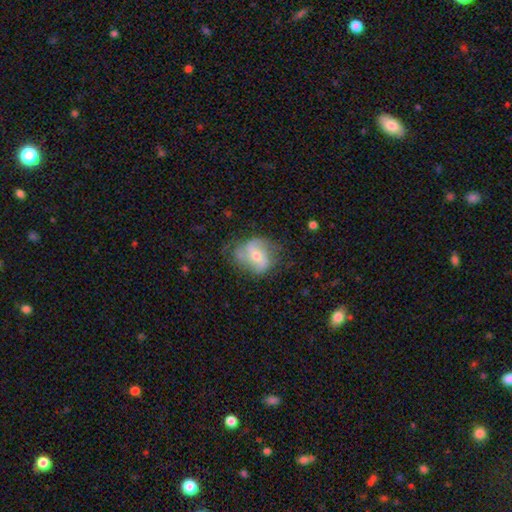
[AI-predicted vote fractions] Smooth or featured? Predicted: featured or disk (p=0.63). Edge-on disk? Predicted: no (p=0.95). Bar? Predicted: no (p=0.40). Spiral arms? Predicted: yes (p=0.77). Bulge size? Predicted: small (p=0.48, tied with moderate). Merging? Predicted: none (p=0.55).